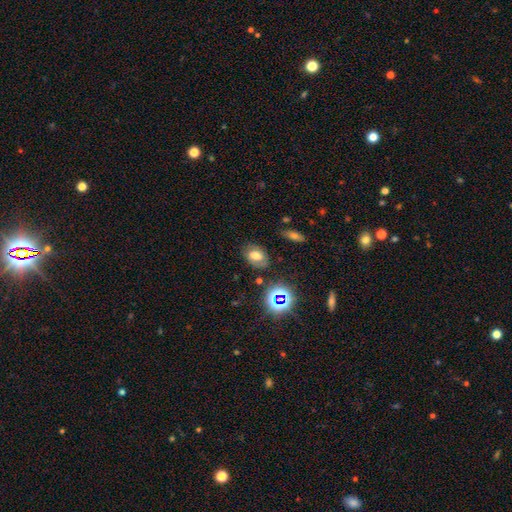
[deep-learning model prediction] This is possibly a smooth galaxy (59%). How rounded: likely in between (78%). Merging: likely none (78%).